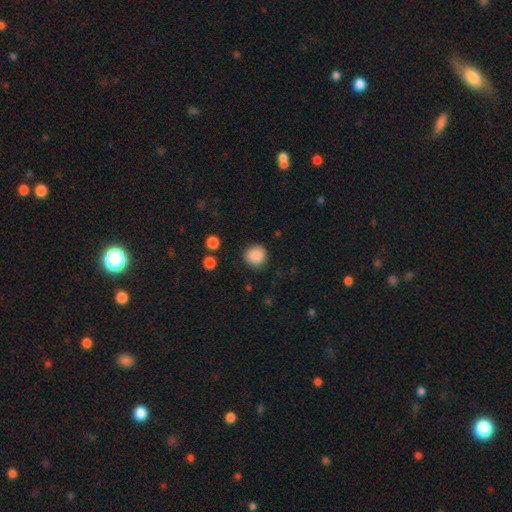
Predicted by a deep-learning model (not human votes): Smooth or featured? Predicted: smooth (p=0.88). How rounded? Predicted: round (p=0.90). Merging? Predicted: none (p=0.85).